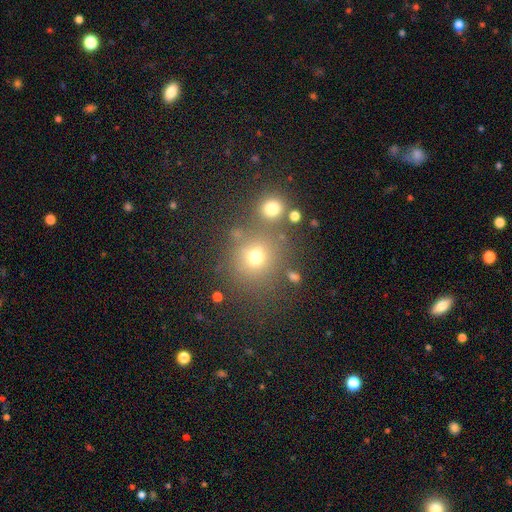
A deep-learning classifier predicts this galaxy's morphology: Smooth or featured?
  - smooth: 65% *
  - star or artifact: 24%
  - featured or disk: 11%
How rounded?
  - round: 87% *
  - in between: 12%
  - cigar-shaped: 1%
Merging?
  - none: 69% *
  - merger: 16%
  - minor disturbance: 10%
  - major disturbance: 5%